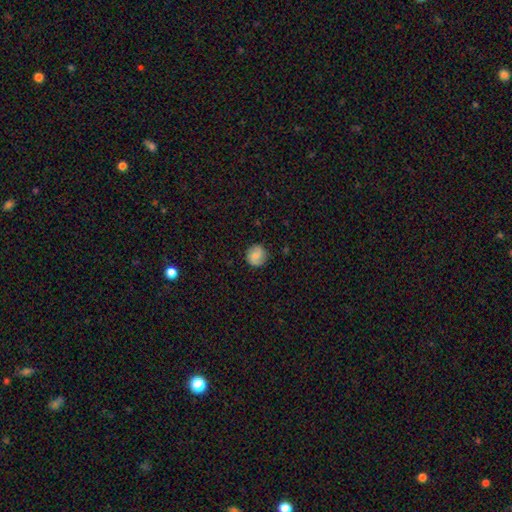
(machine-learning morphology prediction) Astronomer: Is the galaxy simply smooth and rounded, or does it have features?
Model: smooth — 67%.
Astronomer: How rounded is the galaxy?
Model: round — 90%.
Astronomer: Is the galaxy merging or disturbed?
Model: none — 85%.